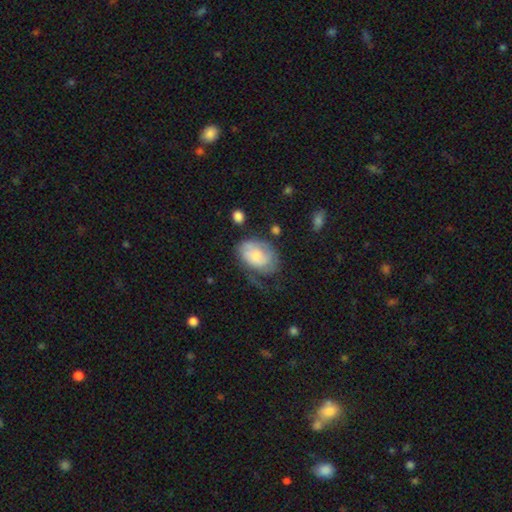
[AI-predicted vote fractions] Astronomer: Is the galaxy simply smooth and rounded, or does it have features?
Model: smooth — 53% (runner-up: featured or disk, 40%).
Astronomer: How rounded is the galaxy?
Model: in between — 80%.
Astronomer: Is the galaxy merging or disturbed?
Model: none — 36% (runner-up: minor disturbance, 31%).